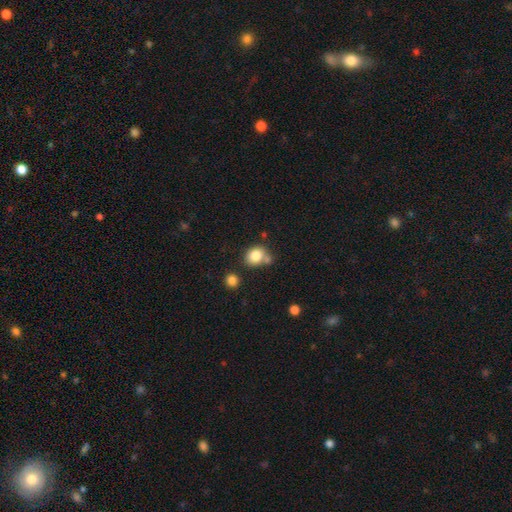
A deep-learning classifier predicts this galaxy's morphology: smooth-or-featured: smooth: 82% | star or artifact: 10% | featured or disk: 8%
  how-rounded: round: 61% | in between: 38% | cigar-shaped: 1%
  merging: none: 57% | merger: 23% | minor disturbance: 15% | major disturbance: 5%